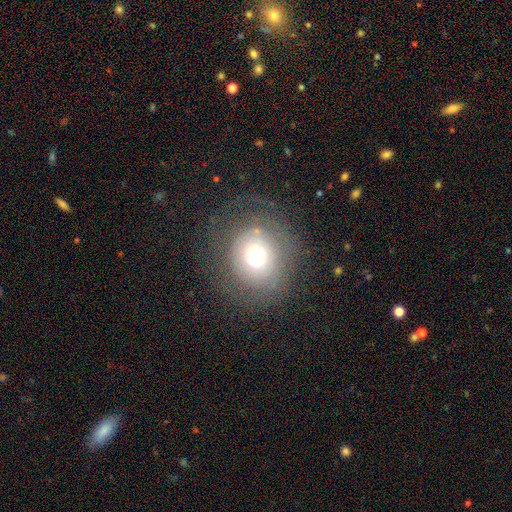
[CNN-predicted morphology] smooth-or-featured: smooth: 57% | featured or disk: 29% | star or artifact: 14%
  how-rounded: round: 84% | in between: 15% | cigar-shaped: 1%
  merging: none: 63% | major disturbance: 19% | minor disturbance: 17% | merger: 2%